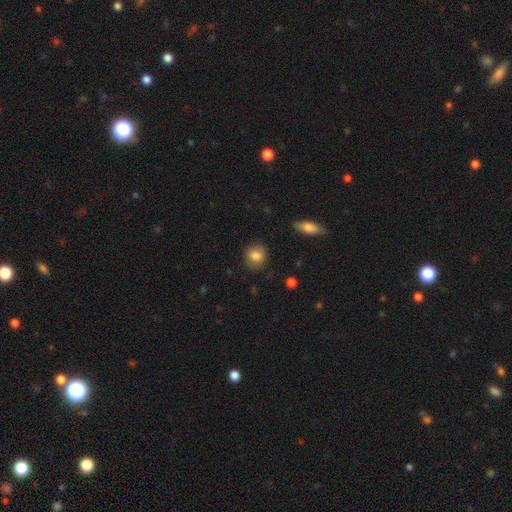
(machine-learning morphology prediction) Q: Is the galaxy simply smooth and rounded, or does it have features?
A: smooth — 84%.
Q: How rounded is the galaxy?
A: round — 73%.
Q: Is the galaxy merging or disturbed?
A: none — 81%.